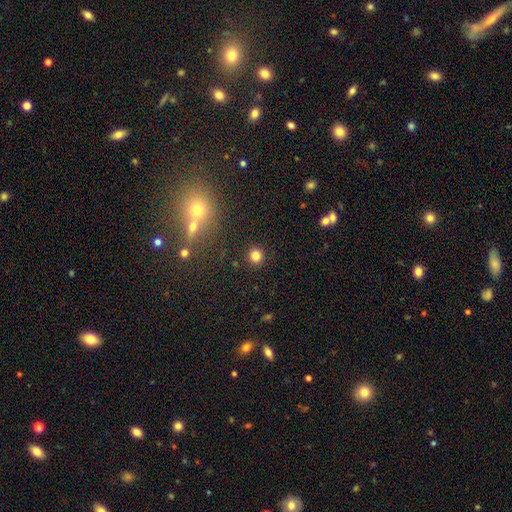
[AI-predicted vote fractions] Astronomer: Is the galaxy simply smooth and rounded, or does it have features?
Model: smooth — 81%.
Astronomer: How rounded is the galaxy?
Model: round — 91%.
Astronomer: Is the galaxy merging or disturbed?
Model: none — 91%.